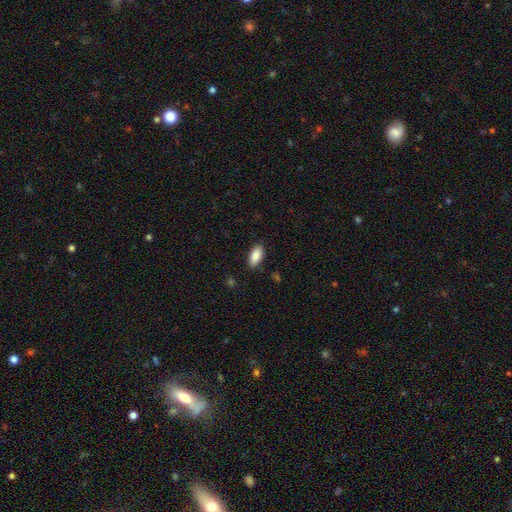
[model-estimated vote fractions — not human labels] Smooth or featured? Predicted: smooth (p=0.88). How rounded? Predicted: in between (p=0.91). Merging? Predicted: none (p=0.85).